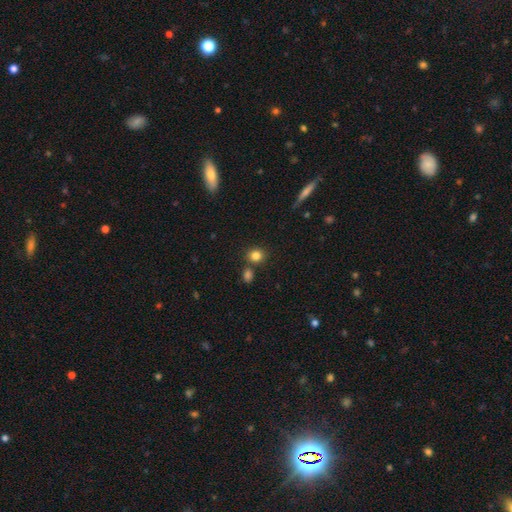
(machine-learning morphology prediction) type=smooth (82%); roundness=round (78%); merging=none (74%).